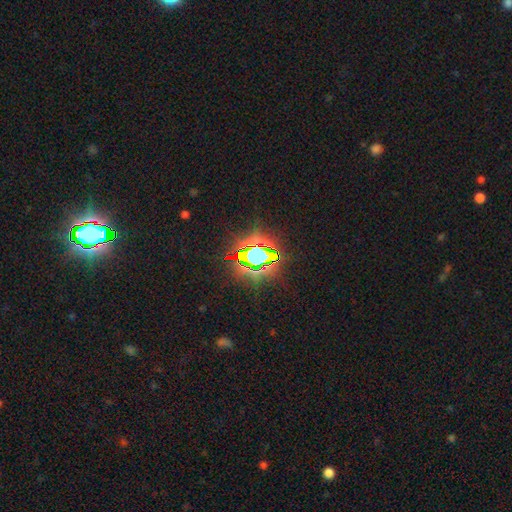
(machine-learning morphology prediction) A star or artifact, not a galaxy (73%).

Vote fractions:
- Smooth or featured? star or artifact: 73% / smooth: 16% / featured or disk: 12%